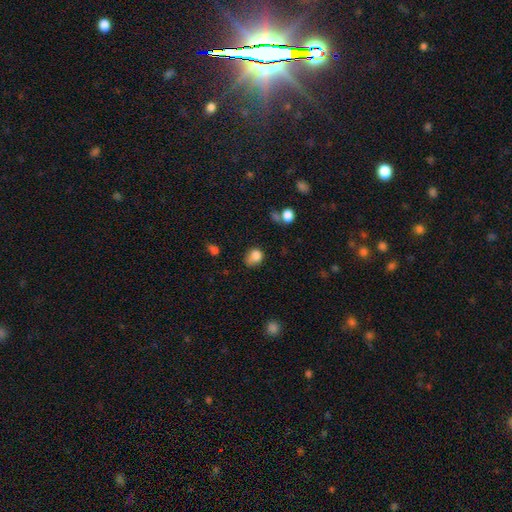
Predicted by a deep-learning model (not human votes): Q: Smooth or featured?
A: smooth (81%); runner-up: star or artifact (11%)
Q: How rounded?
A: round (54%); runner-up: in between (45%)
Q: Merging?
A: none (41%); runner-up: minor disturbance (35%)